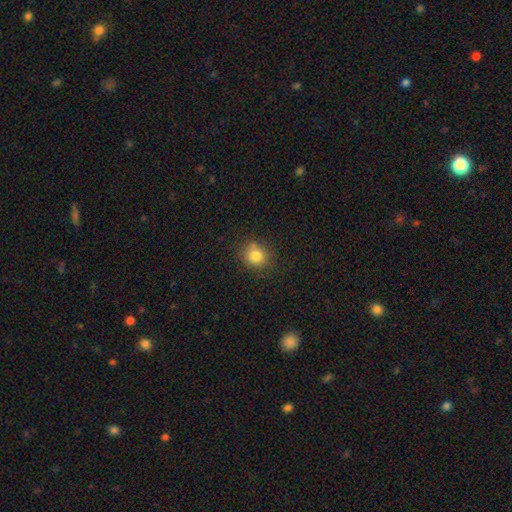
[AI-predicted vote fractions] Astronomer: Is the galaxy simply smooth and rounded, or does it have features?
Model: smooth — 81%.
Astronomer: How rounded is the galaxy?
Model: round — 78%.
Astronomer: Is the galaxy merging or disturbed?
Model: none — 76%.